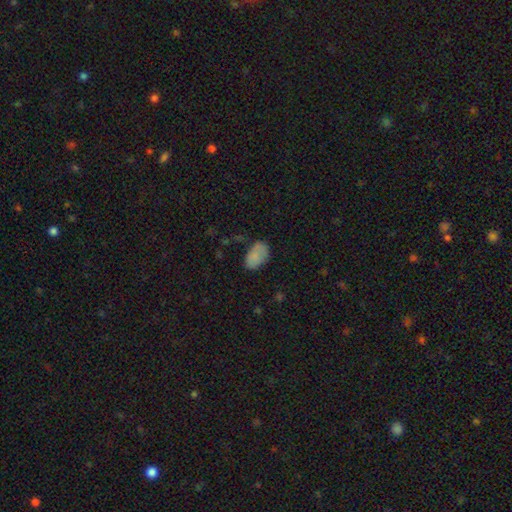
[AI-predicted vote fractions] Overall: smooth (81%). How rounded: in between (92%). Merging: none (60%; minor disturbance 27%).